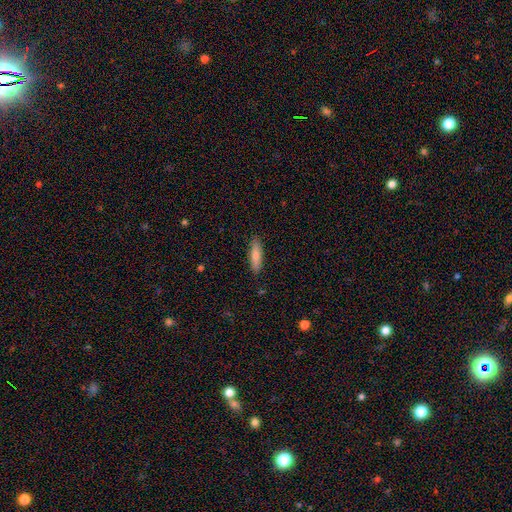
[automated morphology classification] smooth_or_featured: smooth (p=0.80) [alt: featured or disk p=0.14]
how_rounded: cigar-shaped (p=0.68) [alt: in between p=0.31]
merging: none (p=0.88) [alt: minor disturbance p=0.09]